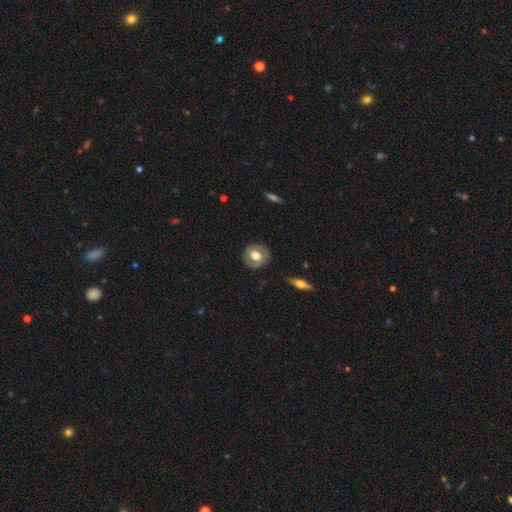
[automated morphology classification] smooth_or_featured: featured or disk (p=0.56) [alt: smooth p=0.38]
disk_edge_on: no (p=0.93) [alt: yes p=0.07]
bar: no (p=0.61) [alt: weak p=0.29]
has_spiral_arms: no (p=0.54) [alt: yes p=0.46]
bulge_size: moderate (p=0.55) [alt: large p=0.38]
merging: none (p=0.83) [alt: minor disturbance p=0.12]